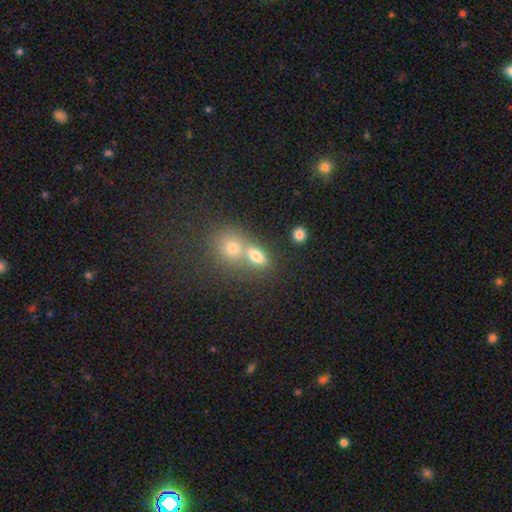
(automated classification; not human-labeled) Smooth or featured? smooth (74%)
How rounded? in between (67%)
Merging? merger (45%)